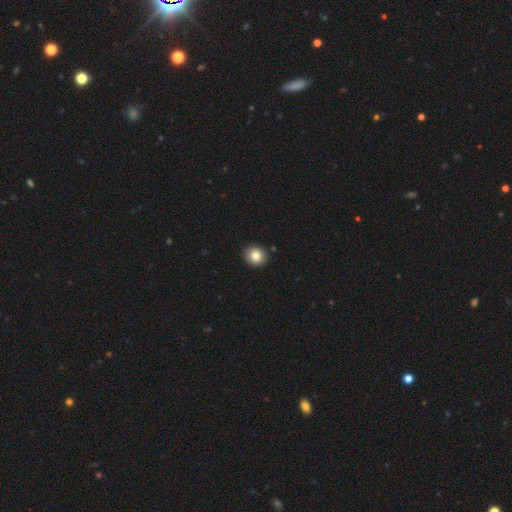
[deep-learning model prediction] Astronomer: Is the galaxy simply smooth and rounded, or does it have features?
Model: smooth — 84%.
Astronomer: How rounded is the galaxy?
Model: round — 82%.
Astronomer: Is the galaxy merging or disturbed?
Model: none — 91%.